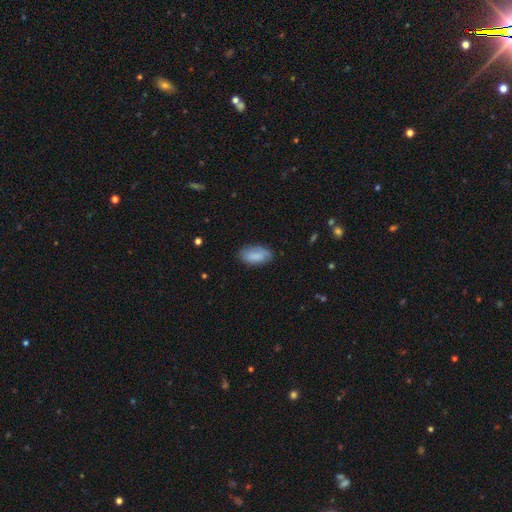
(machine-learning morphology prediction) Smooth or featured?
  - smooth: 83% *
  - featured or disk: 10%
  - star or artifact: 7%
How rounded?
  - in between: 93% *
  - cigar-shaped: 4%
  - round: 3%
Merging?
  - none: 76% *
  - minor disturbance: 19%
  - major disturbance: 4%
  - merger: 1%